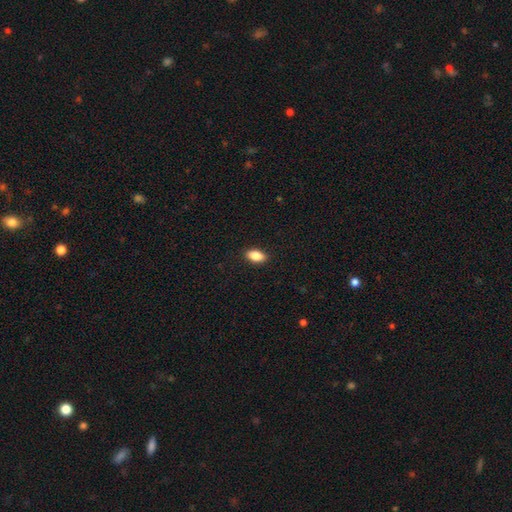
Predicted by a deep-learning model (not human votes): Morphology: type=smooth (84%); roundness=in between (89%); merging=none (89%).